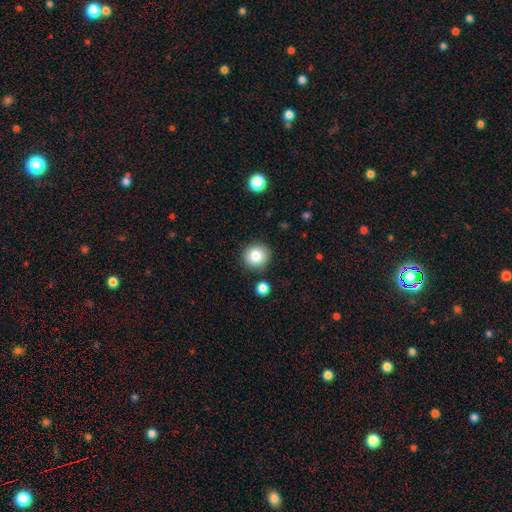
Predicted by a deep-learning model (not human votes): Smooth or featured? Predicted: smooth (p=0.84). How rounded? Predicted: round (p=0.90). Merging? Predicted: none (p=0.87).